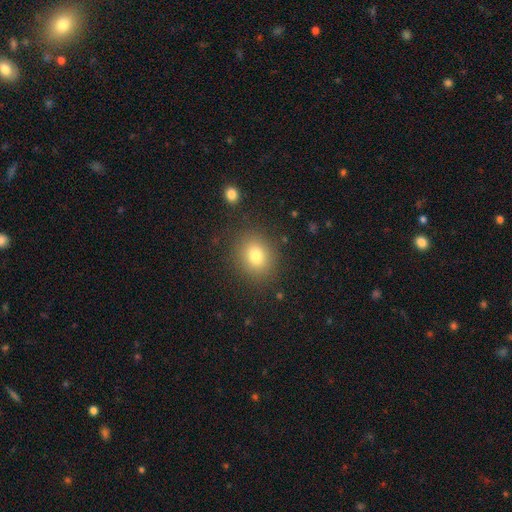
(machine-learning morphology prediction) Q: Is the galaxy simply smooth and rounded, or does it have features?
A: smooth — 77%.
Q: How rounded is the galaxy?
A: round — 68%.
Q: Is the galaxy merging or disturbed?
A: none — 86%.